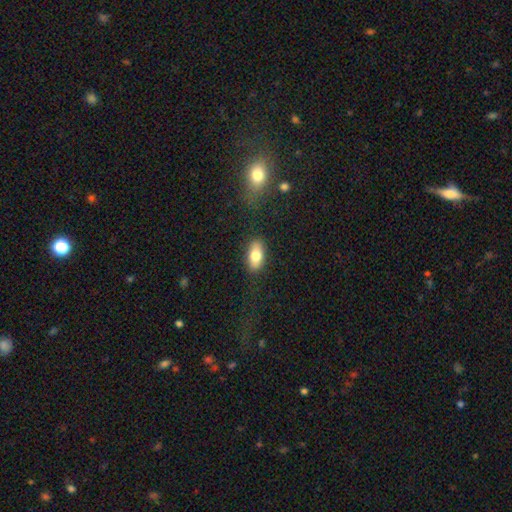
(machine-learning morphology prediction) smooth 78%, featured or disk 15%, star or artifact 7%. Down the decision tree: how rounded — in between (88%); merging — none (86%).